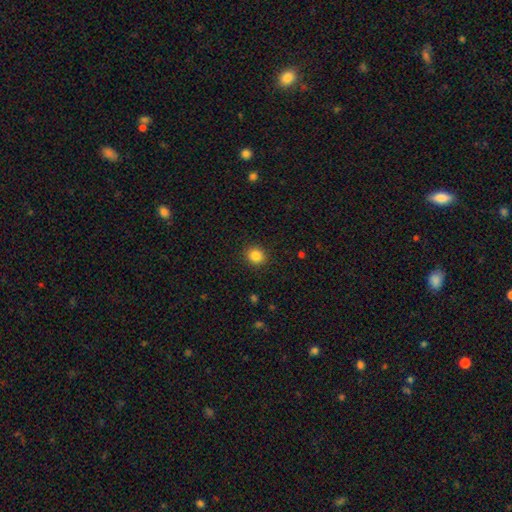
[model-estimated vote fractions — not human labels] The model was most divided on "how rounded": round: 82%, in between: 18%, cigar-shaped: 1%. More confident: merging — none (91%); smooth or featured — smooth (85%).